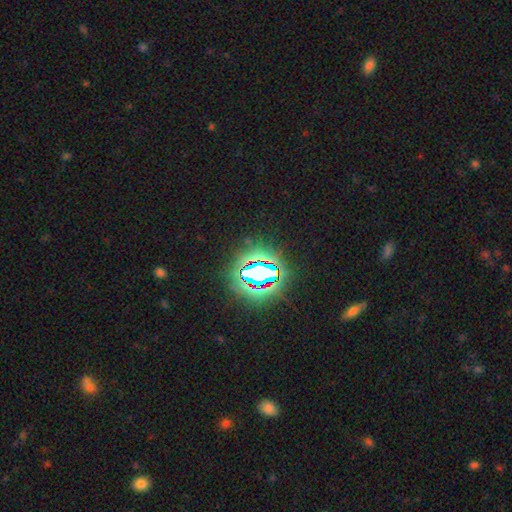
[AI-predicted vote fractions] Overall: star or artifact (80%).